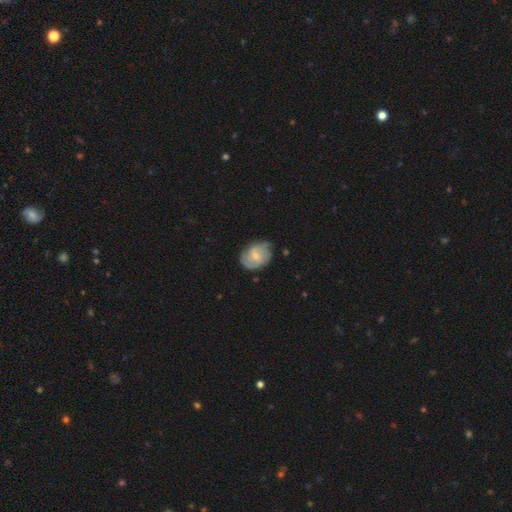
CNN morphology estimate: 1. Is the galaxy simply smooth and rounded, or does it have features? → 64% featured or disk, 30% smooth, 6% star or artifact.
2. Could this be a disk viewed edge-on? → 97% no, 3% yes.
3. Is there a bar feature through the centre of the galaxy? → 53% weak, 36% no, 11% strong.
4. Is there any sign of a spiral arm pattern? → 84% yes, 16% no.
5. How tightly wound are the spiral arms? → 45% tight, 39% medium, 16% loose.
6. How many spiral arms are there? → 47% 2, 30% can't tell, 12% 3, 4% 1, 3% 4, 3% more than 4.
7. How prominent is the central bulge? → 56% small, 39% moderate, 3% none, 1% large, 1% dominant.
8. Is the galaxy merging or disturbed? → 66% none, 25% minor disturbance, 7% major disturbance, 2% merger.